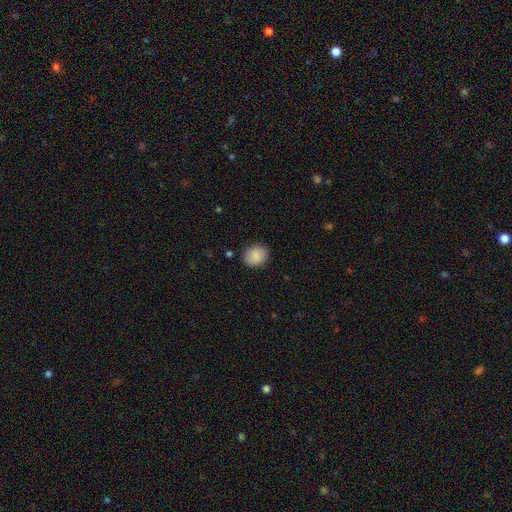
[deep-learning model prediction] smooth 88%, star or artifact 7%, featured or disk 4%. Down the decision tree: how rounded — round (64%); merging — none (87%).